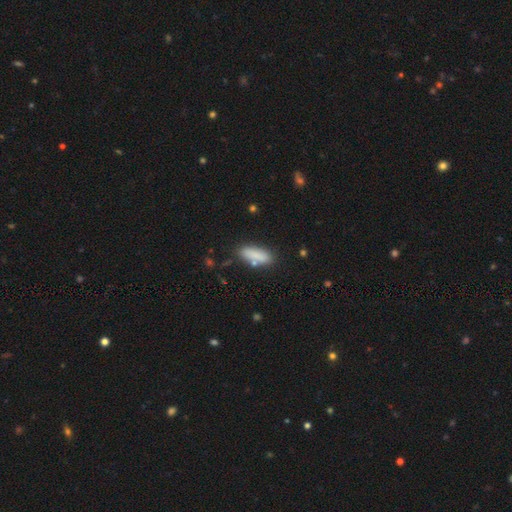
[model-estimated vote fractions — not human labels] A smooth galaxy with no disk features (84%) that is in between round and cigar-shaped (62%). Merging: none (76%).